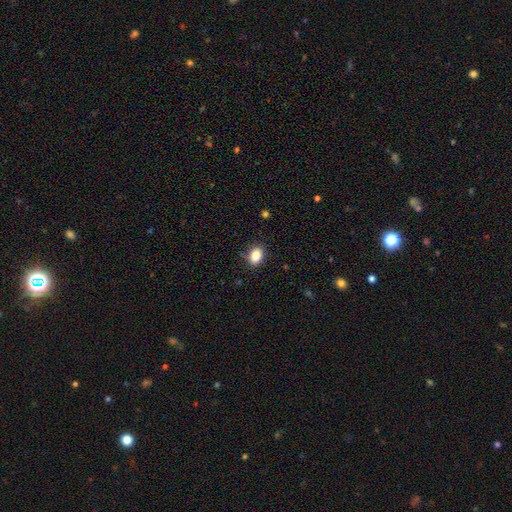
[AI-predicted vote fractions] Overall: smooth (87%). How rounded: in between (77%). Merging: none (88%).